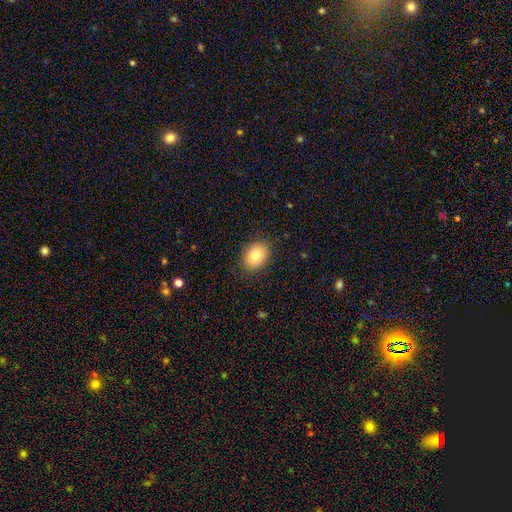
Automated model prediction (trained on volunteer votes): smooth_or_featured: smooth (p=0.81) [alt: featured or disk p=0.10]
how_rounded: in between (p=0.62) [alt: round p=0.37]
merging: none (p=0.87) [alt: minor disturbance p=0.10]